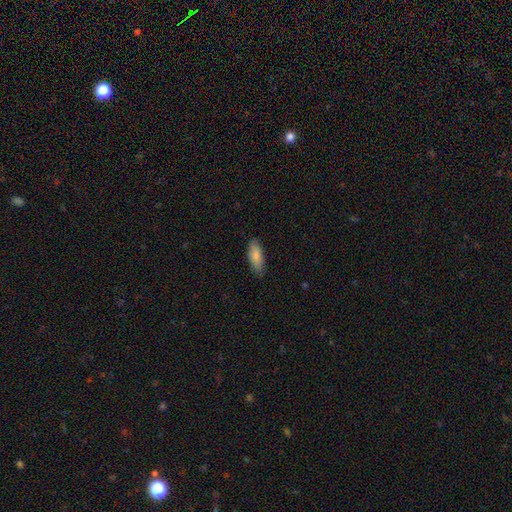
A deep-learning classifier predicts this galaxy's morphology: Smooth or featured: smooth — 84% (featured or disk — 11%)
How rounded: in between — 69% (cigar-shaped — 29%)
Merging: none — 84% (minor disturbance — 12%)